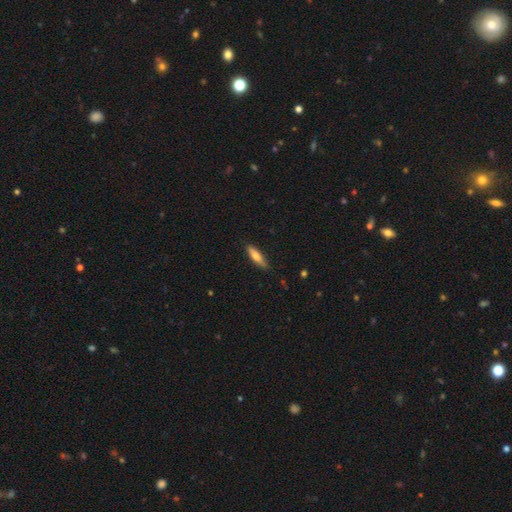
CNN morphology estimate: The model was most divided on "smooth or featured": smooth: 66%, featured or disk: 29%, star or artifact: 6%. More confident: merging — none (85%); how rounded — cigar-shaped (71%).